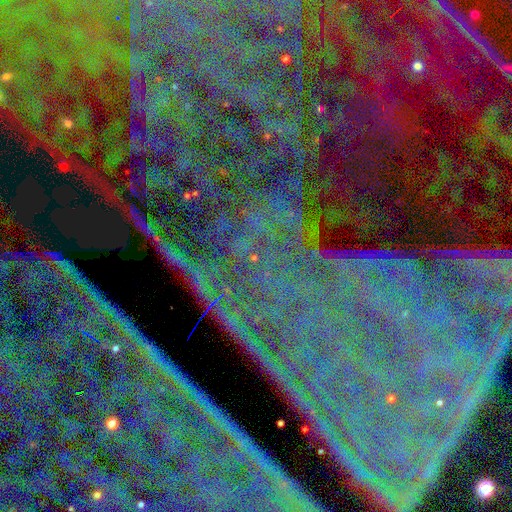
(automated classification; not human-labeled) A star or artifact, not a galaxy (87%).

Vote fractions:
- Smooth or featured? star or artifact: 87% / featured or disk: 7% / smooth: 6%